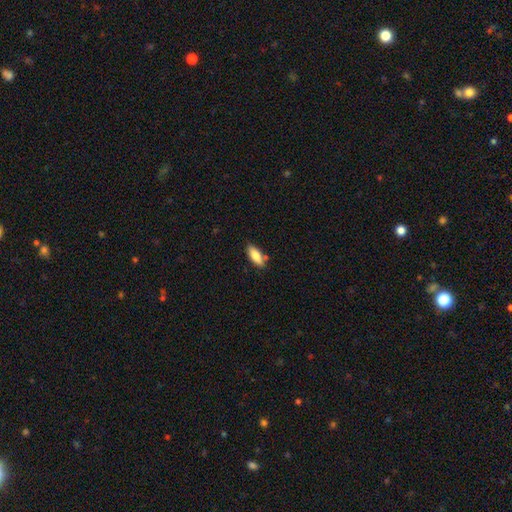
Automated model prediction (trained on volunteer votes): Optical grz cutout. It shows a smooth galaxy with no disk features (80%) that is in between round and cigar-shaped (74%). Merging: none (78%).